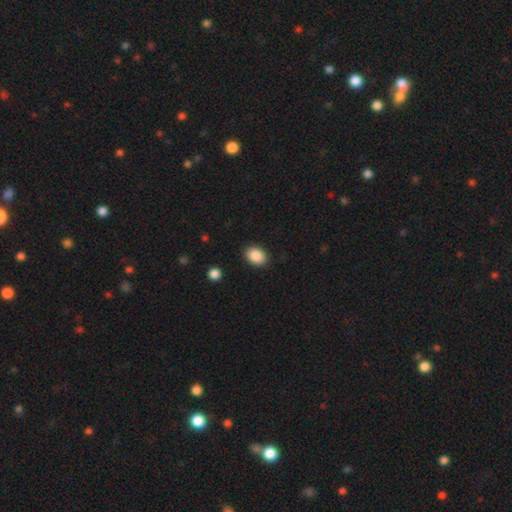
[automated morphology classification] A smooth galaxy with no disk features (89%) that is in between round and cigar-shaped (76%). Merging: none (89%).